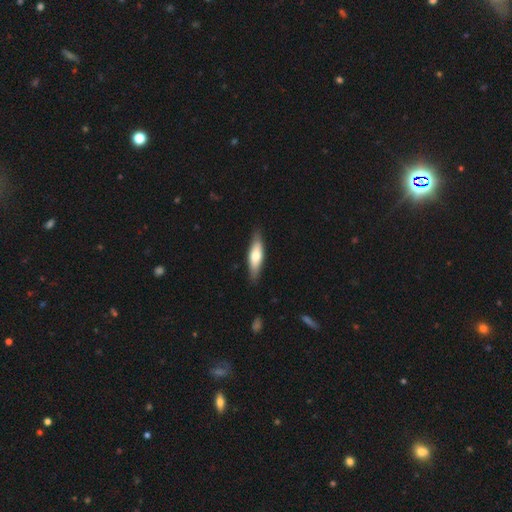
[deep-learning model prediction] Smooth or featured? smooth (61%)
How rounded? cigar-shaped (57%)
Merging? none (86%)